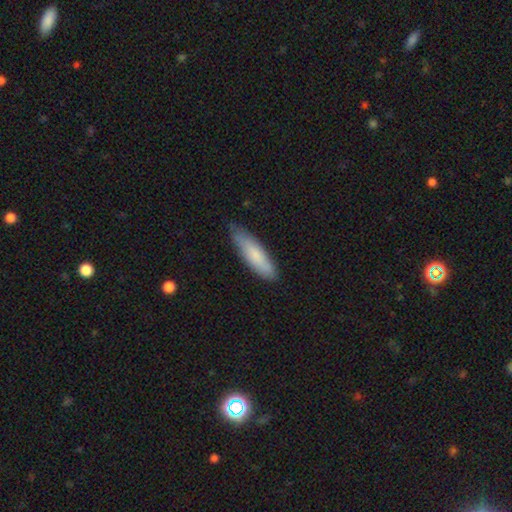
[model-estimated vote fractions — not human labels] smooth 78%, featured or disk 16%, star or artifact 5%. Down the decision tree: how rounded — cigar-shaped (71%); merging — none (77%).